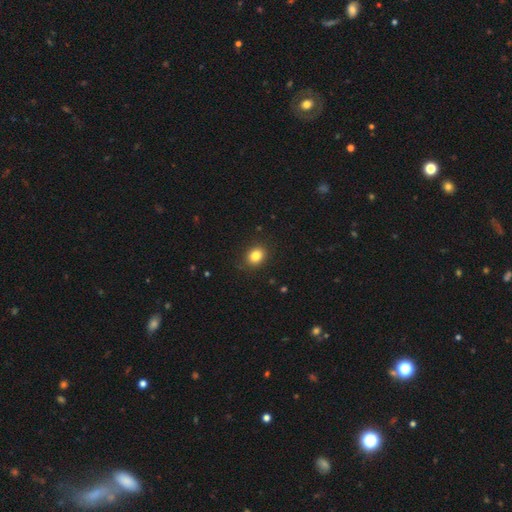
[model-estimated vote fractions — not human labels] Smooth or featured? Predicted: smooth (p=0.84). How rounded? Predicted: round (p=0.54). Merging? Predicted: none (p=0.89).